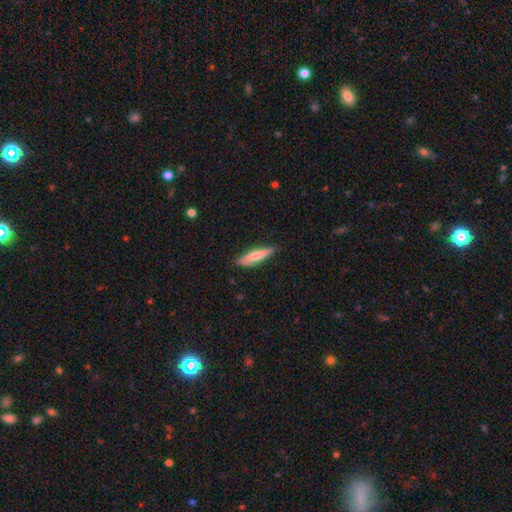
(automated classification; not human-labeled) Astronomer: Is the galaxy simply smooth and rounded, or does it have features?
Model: smooth — 61%.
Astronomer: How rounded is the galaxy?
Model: cigar-shaped — 78%.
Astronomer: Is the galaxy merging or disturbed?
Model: none — 81%.